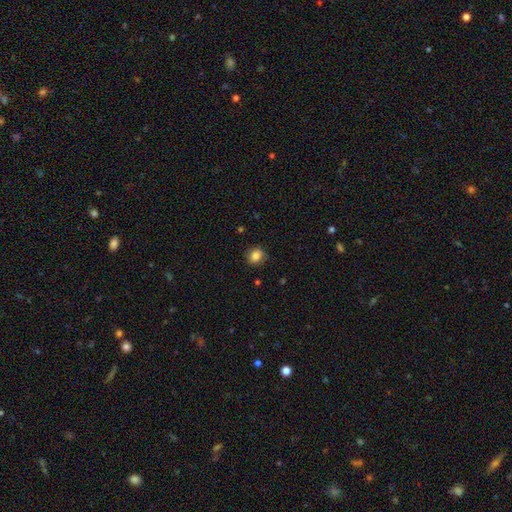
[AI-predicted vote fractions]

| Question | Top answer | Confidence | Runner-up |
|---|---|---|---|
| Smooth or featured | smooth | 83% | star or artifact (10%) |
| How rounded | round | 79% | in between (20%) |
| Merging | none | 85% | minor disturbance (11%) |